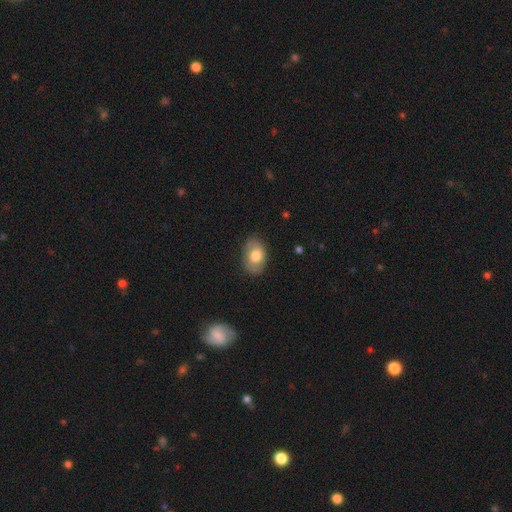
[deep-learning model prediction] smooth 67%, featured or disk 26%, star or artifact 7%. Down the decision tree: how rounded — in between (85%); merging — none (80%).